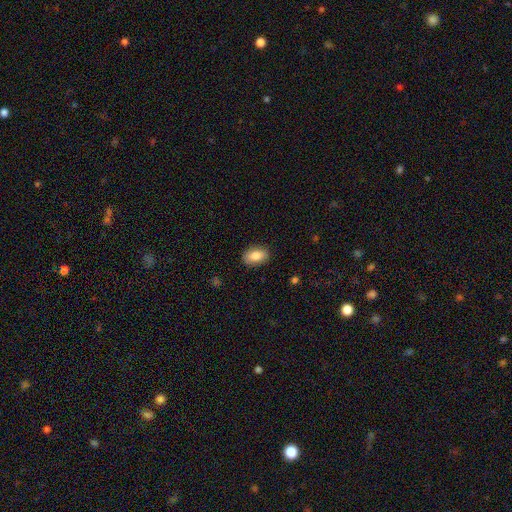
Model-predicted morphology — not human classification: A smooth galaxy with no disk features (83%) that is in between round and cigar-shaped (89%). Merging: none (88%).